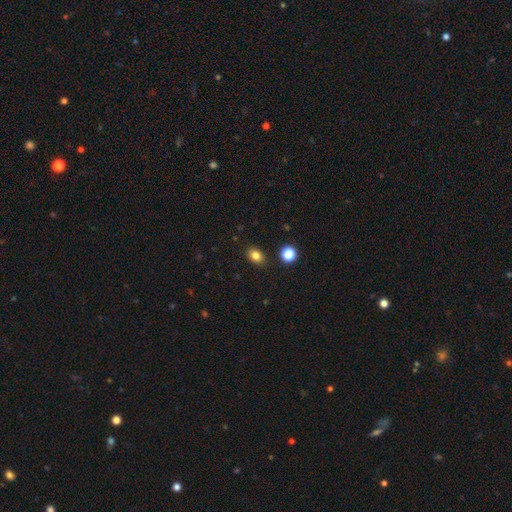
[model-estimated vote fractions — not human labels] Smooth or featured? smooth (82%)
How rounded? in between (65%)
Merging? none (87%)